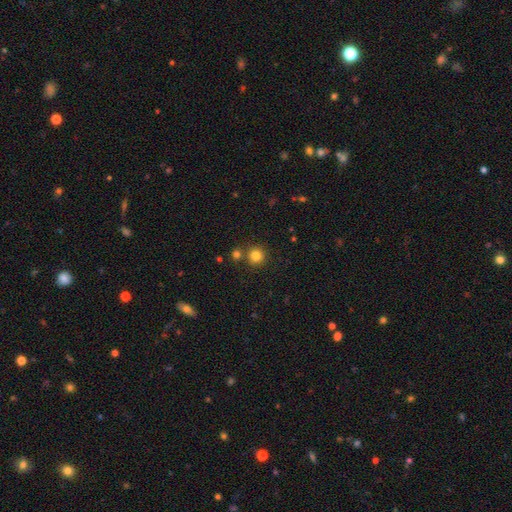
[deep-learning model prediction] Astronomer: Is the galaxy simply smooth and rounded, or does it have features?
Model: smooth — 82%.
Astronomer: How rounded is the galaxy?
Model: round — 94%.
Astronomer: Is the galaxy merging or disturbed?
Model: none — 80%.